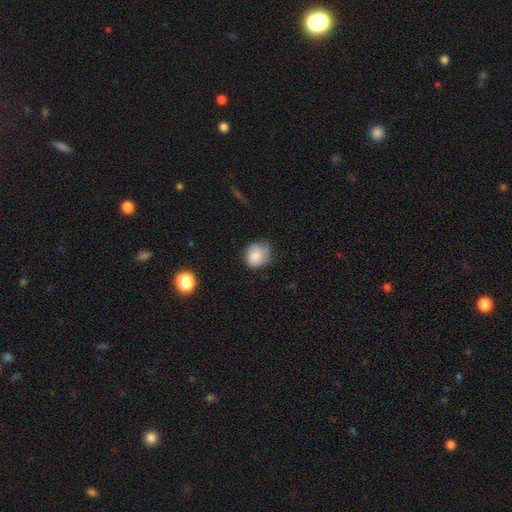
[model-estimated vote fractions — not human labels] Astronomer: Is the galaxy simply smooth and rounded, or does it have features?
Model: smooth — 79%.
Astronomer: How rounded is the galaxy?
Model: round — 72%.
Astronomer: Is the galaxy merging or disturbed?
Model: none — 45% (runner-up: minor disturbance, 40%).